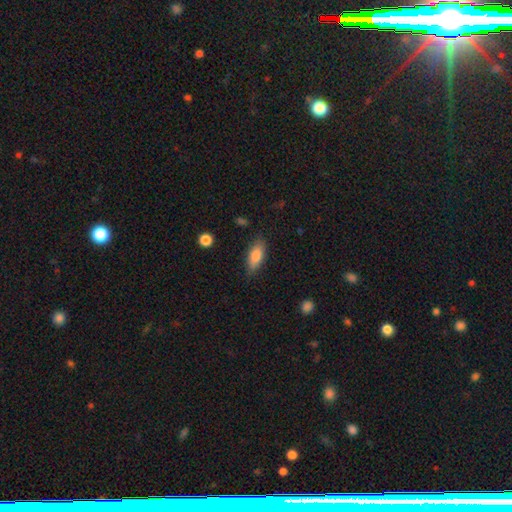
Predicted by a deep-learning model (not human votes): The model was most divided on "how rounded": in between: 81%, cigar-shaped: 17%, round: 3%. More confident: merging — none (82%); smooth or featured — smooth (81%).